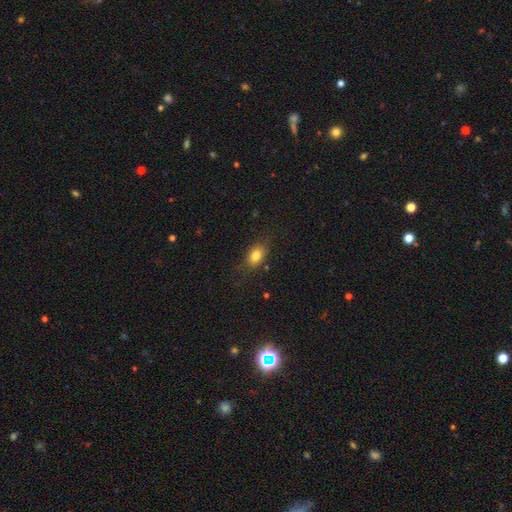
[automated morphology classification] Smooth or featured? Predicted: smooth (p=0.81). How rounded? Predicted: in between (p=0.80). Merging? Predicted: none (p=0.77).